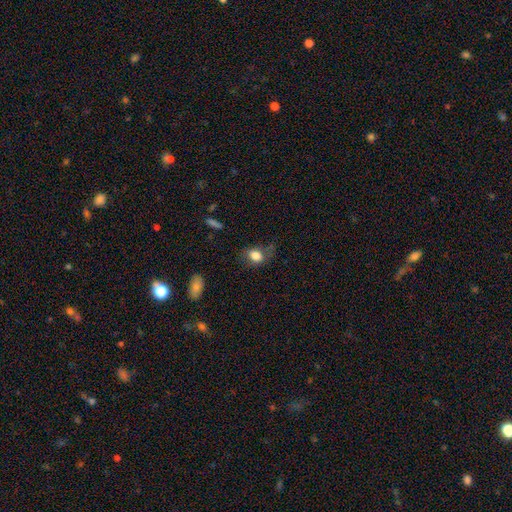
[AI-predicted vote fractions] Morphology: type=smooth (79%); roundness=in between (71%); merging=none (56%).